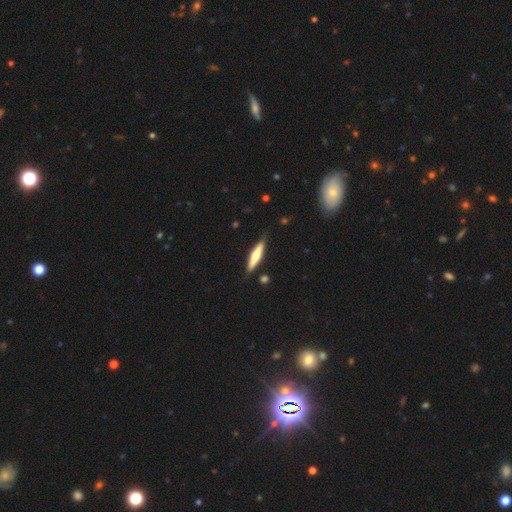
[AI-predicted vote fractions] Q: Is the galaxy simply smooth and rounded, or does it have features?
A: smooth — 51%.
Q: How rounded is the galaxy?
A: cigar-shaped — 80%.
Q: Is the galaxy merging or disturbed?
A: none — 82%.